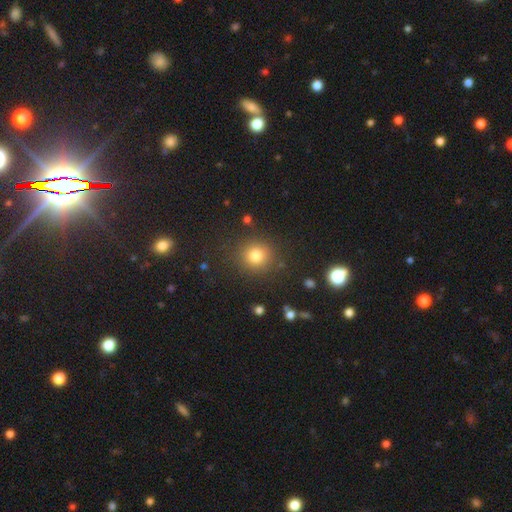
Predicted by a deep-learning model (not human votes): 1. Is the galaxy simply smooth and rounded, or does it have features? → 79% smooth, 14% star or artifact, 6% featured or disk.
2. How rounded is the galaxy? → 91% round, 8% in between, 1% cigar-shaped.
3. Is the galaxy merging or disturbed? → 86% none, 8% minor disturbance, 4% major disturbance, 3% merger.